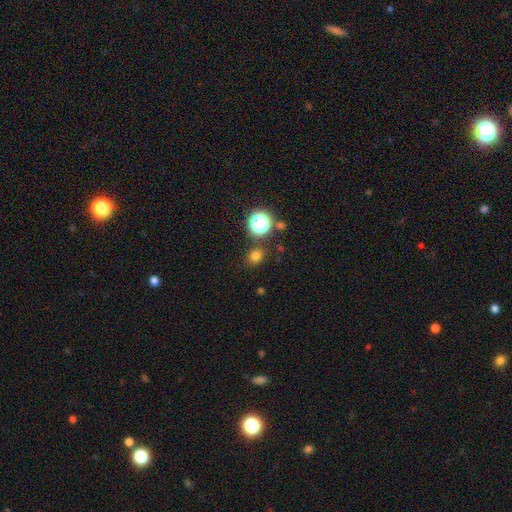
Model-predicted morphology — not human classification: smooth-or-featured: smooth: 73% | star or artifact: 22% | featured or disk: 5%
  how-rounded: round: 72% | in between: 27% | cigar-shaped: 1%
  merging: none: 82% | minor disturbance: 10% | merger: 5% | major disturbance: 3%